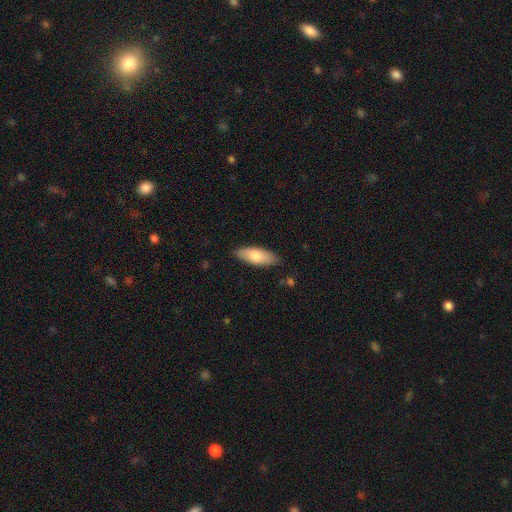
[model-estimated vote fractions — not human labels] Morphology: type=smooth (76%); roundness=in between (74%); merging=none (86%).